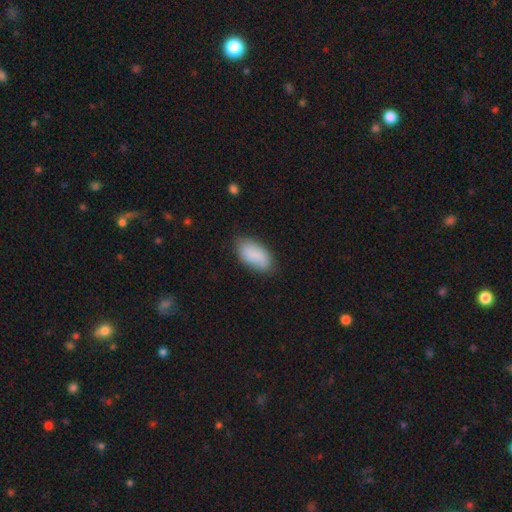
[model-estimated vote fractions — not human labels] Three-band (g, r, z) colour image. It shows a smooth galaxy with no disk features (84%) that is in between round and cigar-shaped (94%). Merging: none (77%).